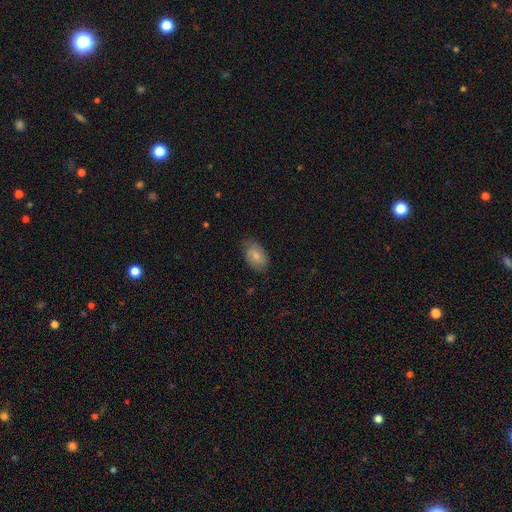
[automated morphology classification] A smooth galaxy with no disk features (74%) that is in between round and cigar-shaped (91%). Merging: none (74%).